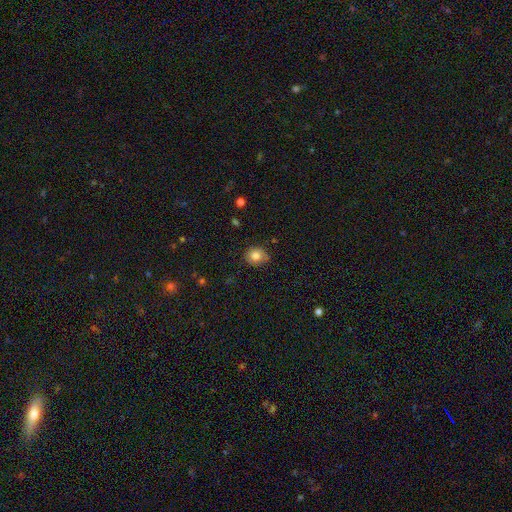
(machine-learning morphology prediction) A smooth galaxy with no disk features (80%) that is round (68%). Merging: none (76%).